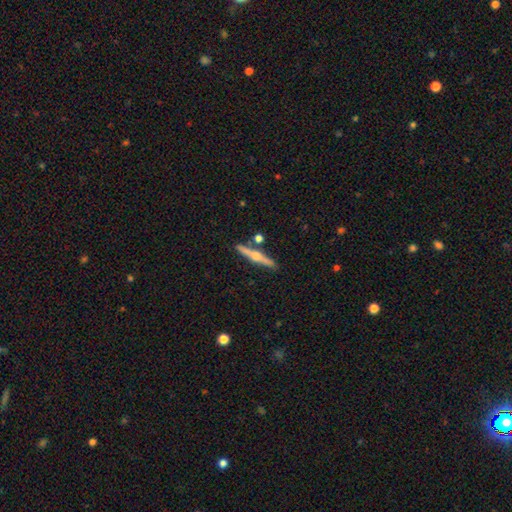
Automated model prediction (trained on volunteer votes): Smooth or featured: featured or disk — 66% (smooth — 28%)
Edge-on disk: yes — 97% (no — 3%)
Edge-on bulge: rounded — 91% (none — 5%)
Merging: none — 83% (minor disturbance — 8%)